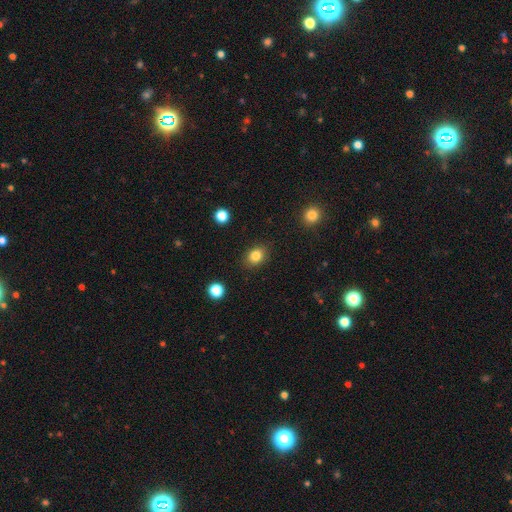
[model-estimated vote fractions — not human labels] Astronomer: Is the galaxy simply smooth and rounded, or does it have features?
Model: smooth — 83%.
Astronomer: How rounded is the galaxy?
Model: in between — 56% (runner-up: round, 43%).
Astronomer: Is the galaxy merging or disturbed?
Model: none — 87%.